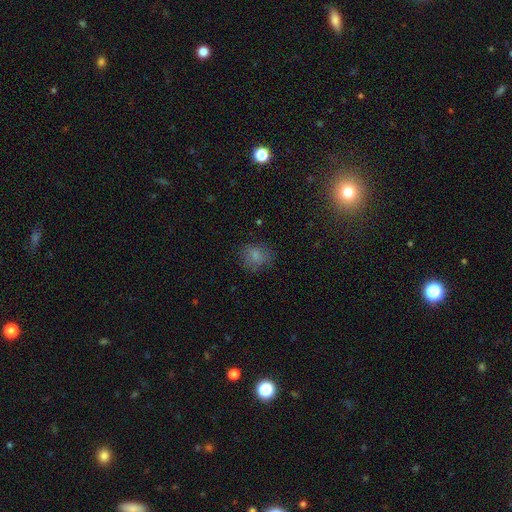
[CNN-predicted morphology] Overall: smooth (76%). How rounded: round (61%; in between 38%). Merging: none (71%).